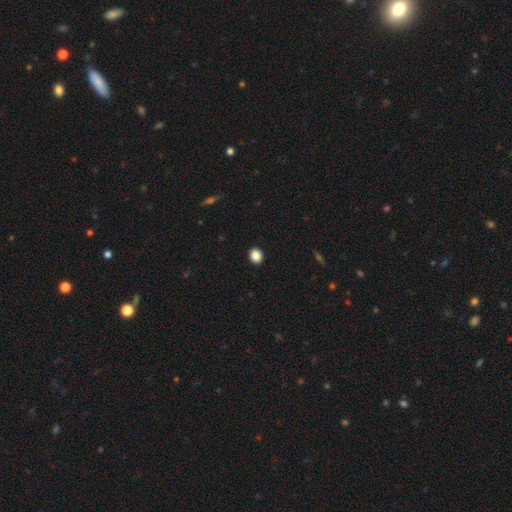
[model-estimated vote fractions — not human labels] Overall: smooth (88%). How rounded: round (61%; in between 38%). Merging: none (92%).